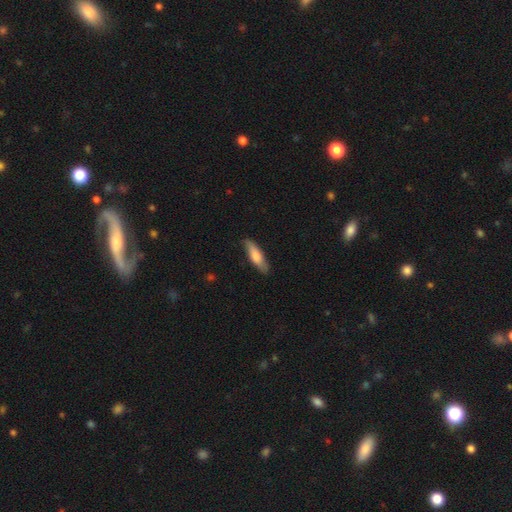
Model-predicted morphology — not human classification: smooth_or_featured: smooth (p=0.72) [alt: featured or disk p=0.22]
how_rounded: cigar-shaped (p=0.58) [alt: in between p=0.40]
merging: none (p=0.80) [alt: minor disturbance p=0.16]